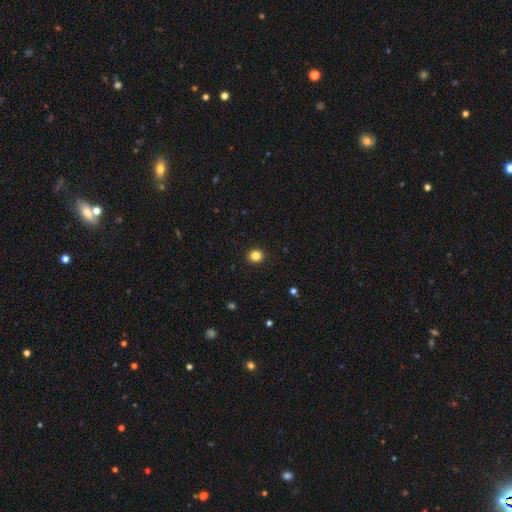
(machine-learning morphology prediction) This appears to be a smooth galaxy with no disk features (83%) that is round (84%). Merging: none (93%).